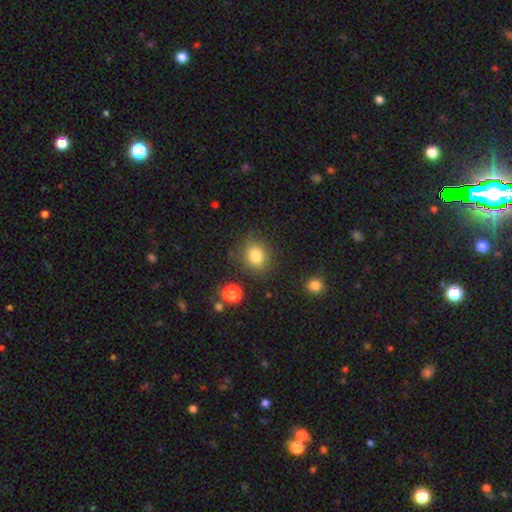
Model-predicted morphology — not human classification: Q: Smooth or featured?
A: smooth (82%); runner-up: star or artifact (12%)
Q: How rounded?
A: round (76%); runner-up: in between (23%)
Q: Merging?
A: none (83%); runner-up: minor disturbance (11%)